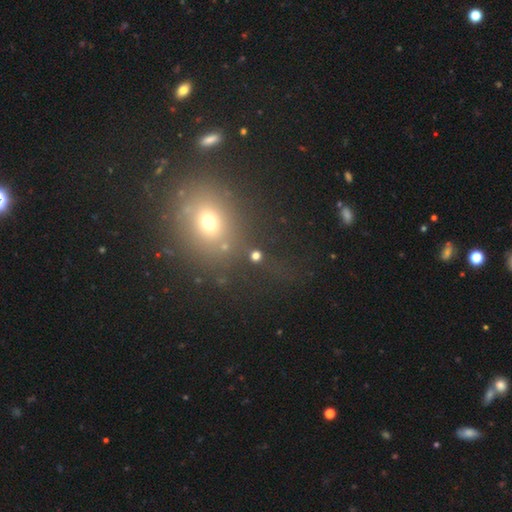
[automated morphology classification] Overall: smooth (65%; star or artifact 27%). How rounded: round (83%). Merging: none (77%).